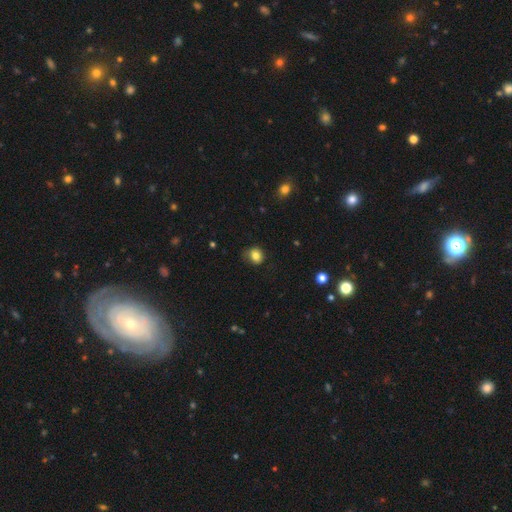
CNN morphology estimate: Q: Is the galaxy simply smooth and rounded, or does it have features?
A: smooth — 81%.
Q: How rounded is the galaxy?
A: round — 67%.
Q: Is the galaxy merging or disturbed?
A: none — 68%.